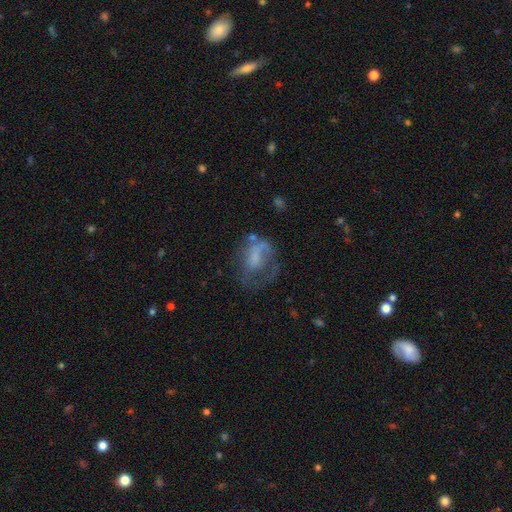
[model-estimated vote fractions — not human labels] Q: Smooth or featured?
A: featured or disk (49%); runner-up: smooth (40%)
Q: Merging?
A: major disturbance (43%); runner-up: none (32%)